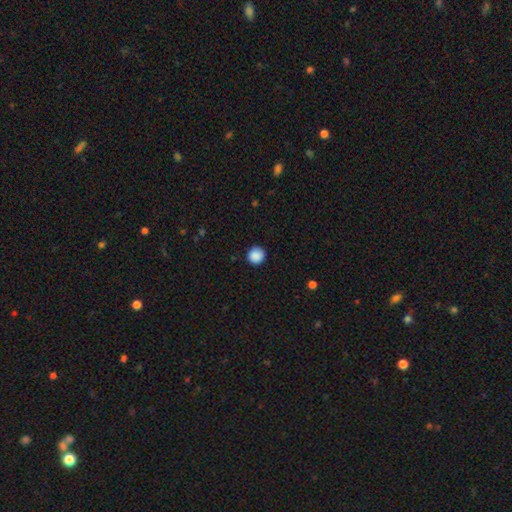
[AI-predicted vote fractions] A smooth galaxy with no disk features (89%) that is round (93%). Merging: none (90%).